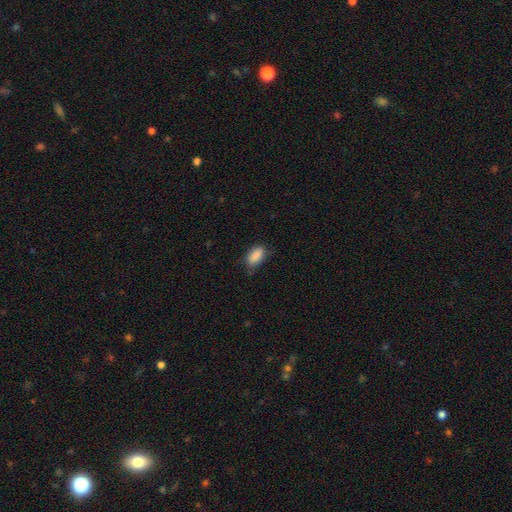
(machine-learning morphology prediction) Q: Smooth or featured?
A: smooth (88%); runner-up: star or artifact (8%)
Q: How rounded?
A: in between (90%); runner-up: cigar-shaped (6%)
Q: Merging?
A: none (70%); runner-up: minor disturbance (24%)